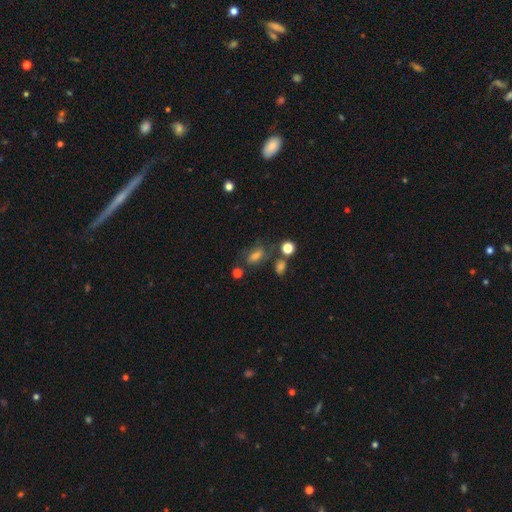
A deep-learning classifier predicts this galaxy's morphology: This appears to be a smooth galaxy with no disk features (56%) that is in between round and cigar-shaped (75%). Merging: none (59%).